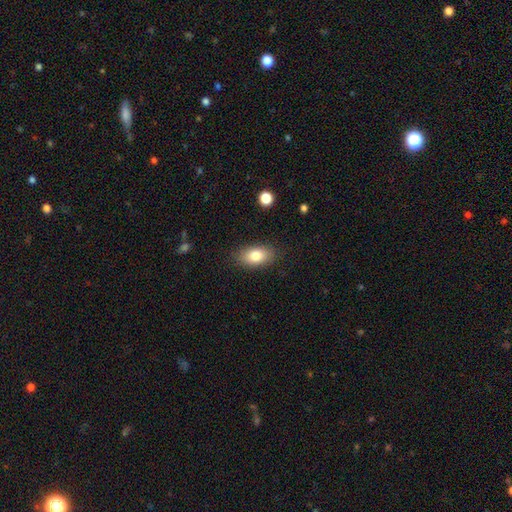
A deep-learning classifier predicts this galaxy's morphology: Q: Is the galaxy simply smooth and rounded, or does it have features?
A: smooth — 82%.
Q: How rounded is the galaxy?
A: in between — 90%.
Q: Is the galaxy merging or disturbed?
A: none — 85%.